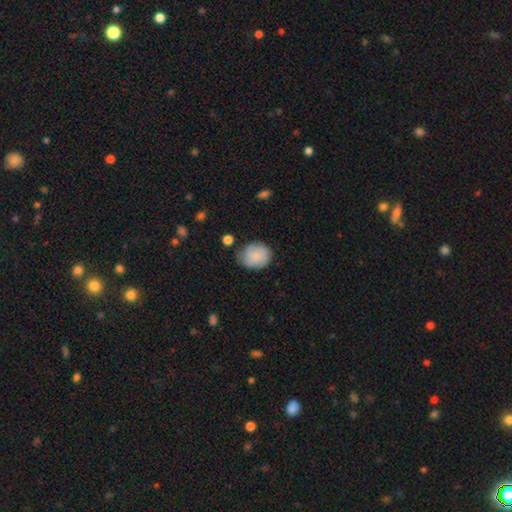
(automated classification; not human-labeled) A smooth galaxy with no disk features (75%) that is round (65%). Merging: none (68%).